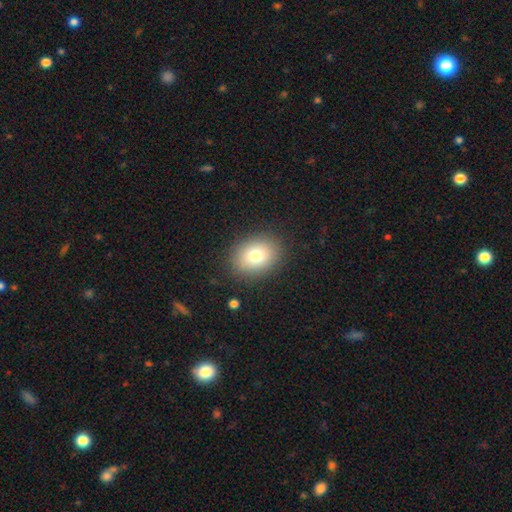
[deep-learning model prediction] This appears to be a smooth galaxy with no disk features (76%) that is in between round and cigar-shaped (53%). Merging: none (86%).